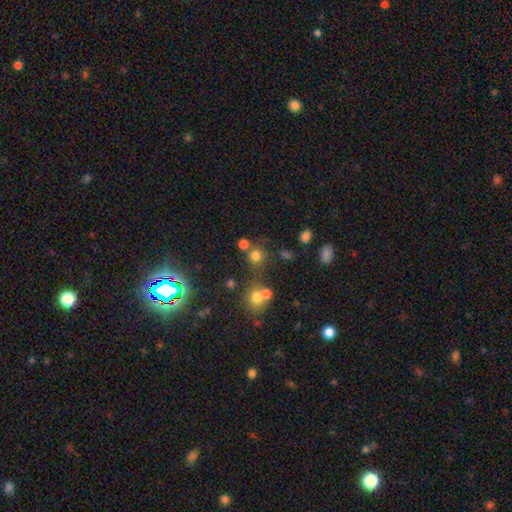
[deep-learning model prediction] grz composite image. It shows a smooth galaxy with no disk features (73%) that is round (89%). Merging: none (64%).